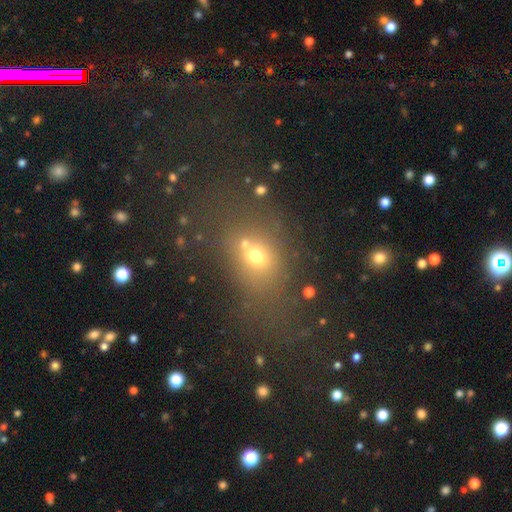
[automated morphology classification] This appears to be a smooth galaxy with no disk features (56%) that is in between round and cigar-shaped (58%). Merging: none (53%).